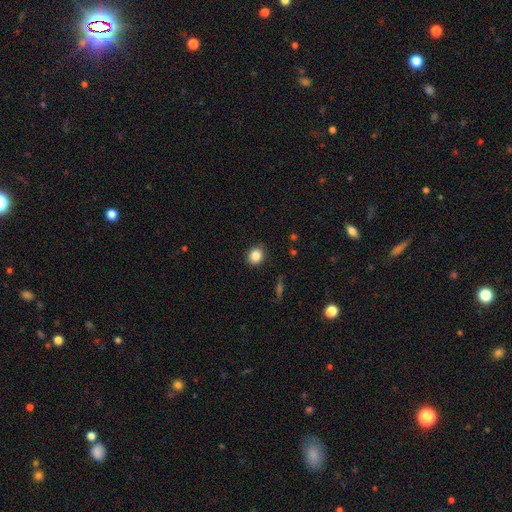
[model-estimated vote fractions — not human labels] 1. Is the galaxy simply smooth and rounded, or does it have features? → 86% smooth, 9% star or artifact, 5% featured or disk.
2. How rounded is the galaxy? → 70% round, 29% in between, 1% cigar-shaped.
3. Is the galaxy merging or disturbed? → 88% none, 9% minor disturbance, 2% major disturbance, 1% merger.